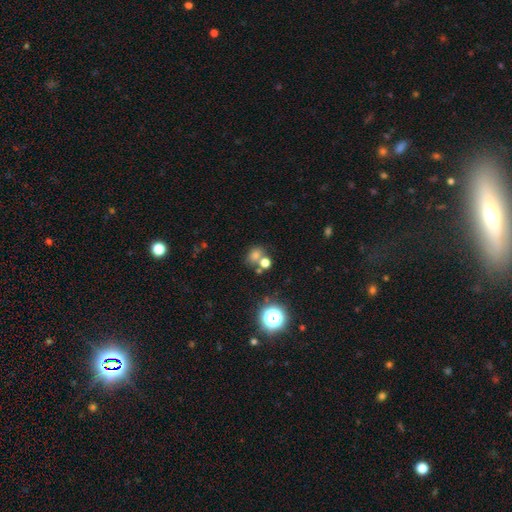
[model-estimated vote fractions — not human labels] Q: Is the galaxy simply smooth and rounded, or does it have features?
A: smooth — 66%.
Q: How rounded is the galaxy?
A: round — 66%.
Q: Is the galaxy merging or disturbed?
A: none — 51%.